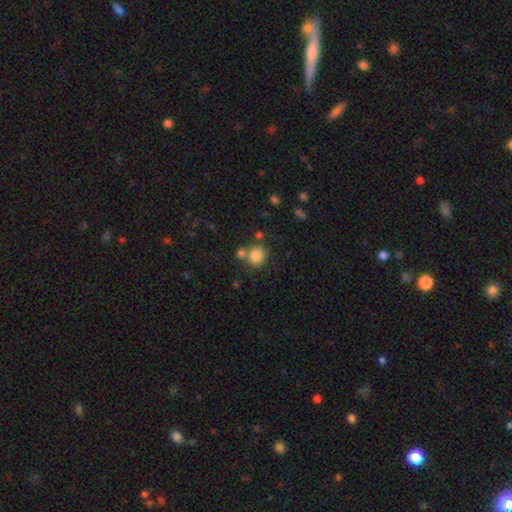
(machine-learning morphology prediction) smooth-or-featured: smooth: 83% | star or artifact: 10% | featured or disk: 6%
  how-rounded: round: 83% | in between: 16% | cigar-shaped: 1%
  merging: none: 64% | merger: 20% | minor disturbance: 11% | major disturbance: 4%